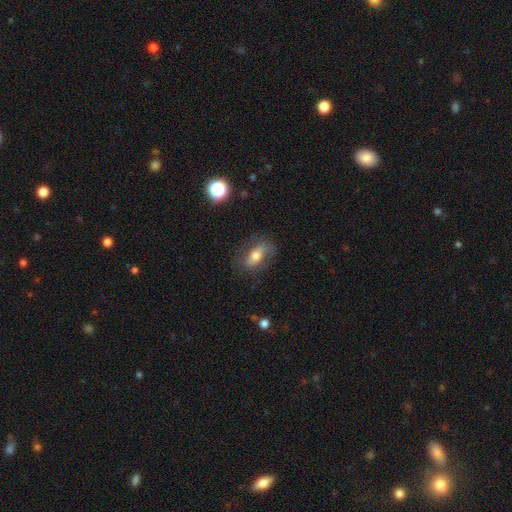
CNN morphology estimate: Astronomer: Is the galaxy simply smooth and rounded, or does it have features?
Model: smooth — 48% (runner-up: featured or disk, 43%).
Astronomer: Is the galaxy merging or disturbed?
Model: none — 71%.